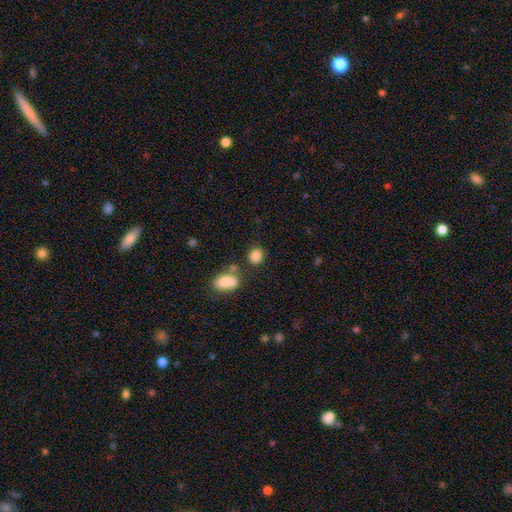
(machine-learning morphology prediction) Smooth or featured? smooth (85%)
How rounded? round (69%)
Merging? none (71%)